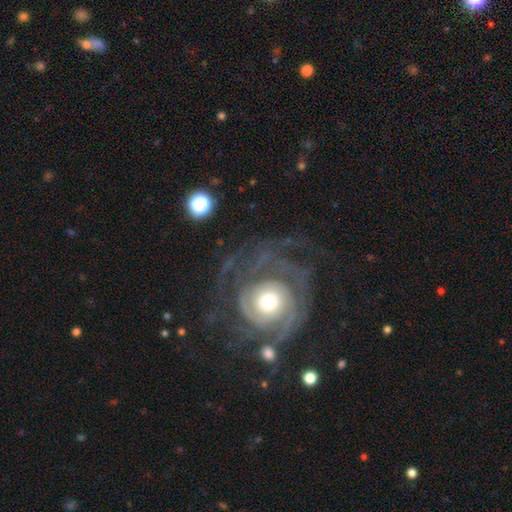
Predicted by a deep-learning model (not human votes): Smooth or featured: featured or disk — 77% (smooth — 12%)
Edge-on disk: no — 97% (yes — 3%)
Bar: no — 79% (weak — 16%)
Spiral arms: yes — 85% (no — 15%)
Spiral winding: tight — 65% (medium — 26%)
Spiral arm count: can't tell — 38% (2 — 21%)
Bulge size: moderate — 61% (large — 20%)
Merging: none — 67% (major disturbance — 16%)